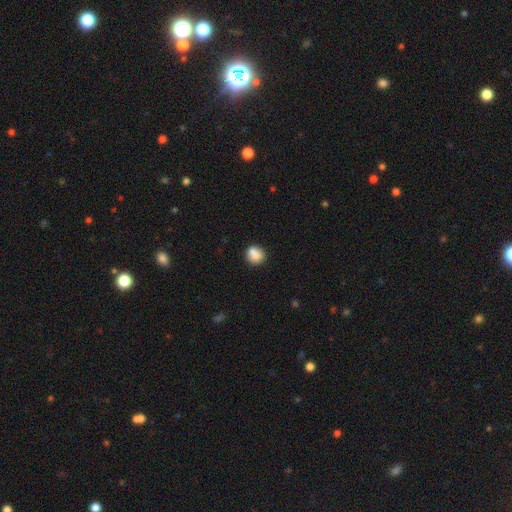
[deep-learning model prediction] A smooth galaxy with no disk features (81%) that is round (80%).

Vote fractions:
- Smooth or featured? smooth: 81% / featured or disk: 11% / star or artifact: 8%
- How rounded? round: 80% / in between: 19% / cigar-shaped: 1%
- Merging? none: 61% / merger: 21% / minor disturbance: 14% / major disturbance: 4%